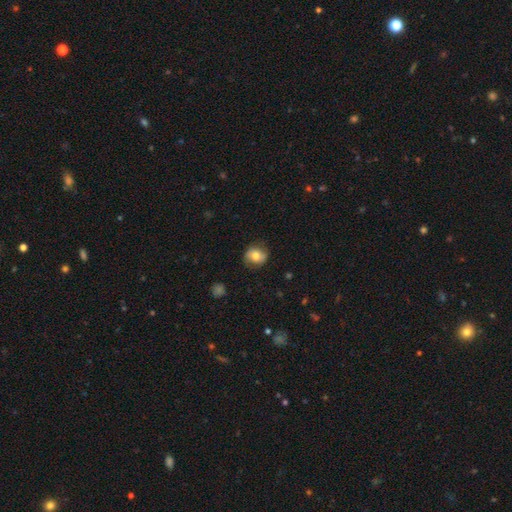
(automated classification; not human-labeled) Morphology: type=smooth (69%); roundness=round (70%); merging=none (78%).